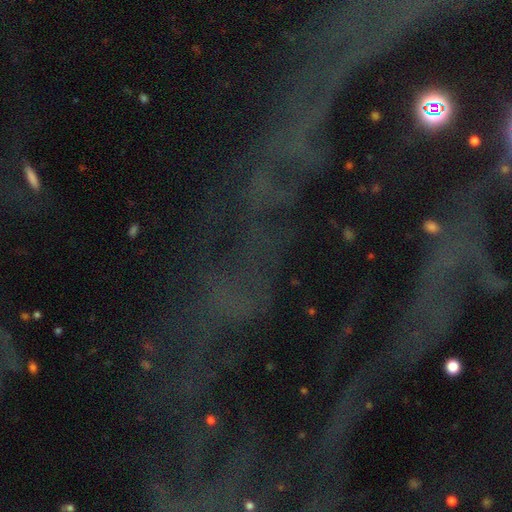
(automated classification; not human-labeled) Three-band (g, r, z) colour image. It shows a star or artifact, not a galaxy (71%).